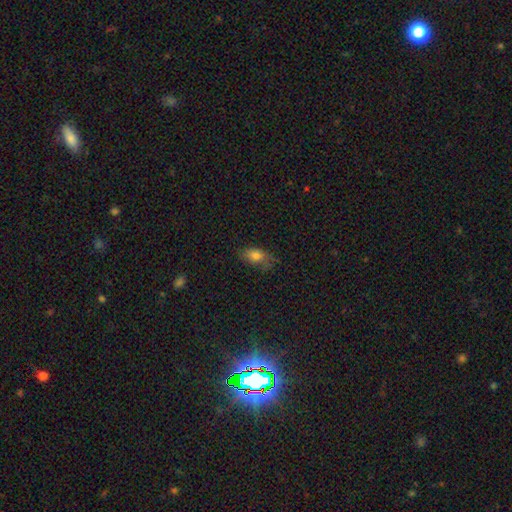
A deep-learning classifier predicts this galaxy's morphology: This appears to be a smooth galaxy with no disk features (75%) that is in between round and cigar-shaped (85%). Merging: none (59%).